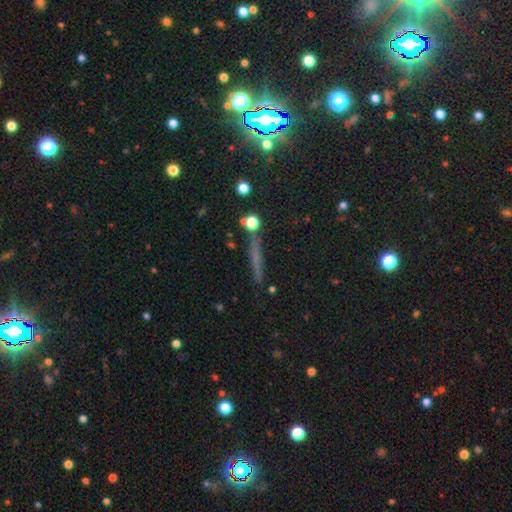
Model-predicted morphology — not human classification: This is marginally a star or artifact rather than a galaxy (38%).